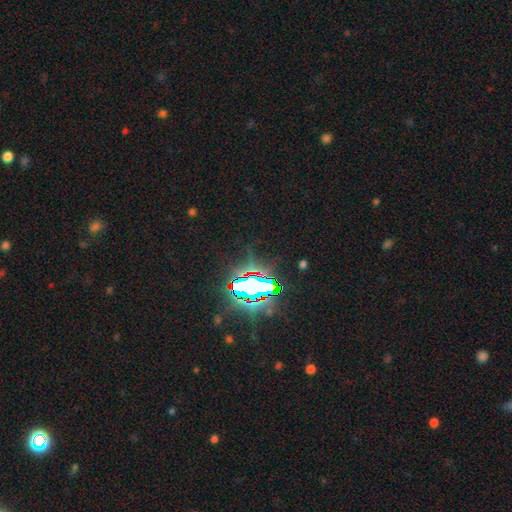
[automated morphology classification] This appears to be a star or artifact, not a galaxy (85%).